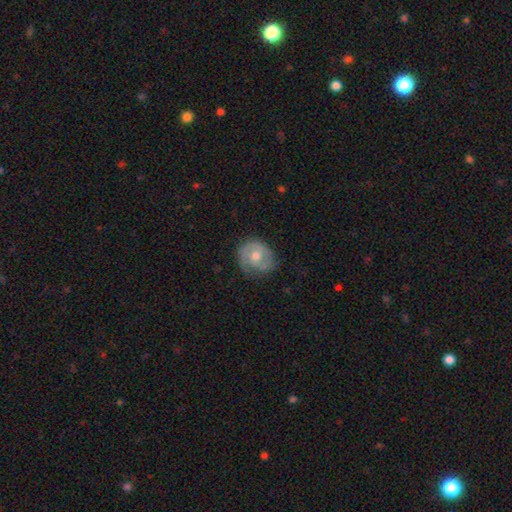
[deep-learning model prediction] A featured or disk galaxy (58%) with no bar (69%), spiral arms (79%) and a moderate central bulge (70%).

Vote fractions:
- Smooth or featured? featured or disk: 58% / smooth: 35% / star or artifact: 7%
- Edge-on disk? no: 97% / yes: 3%
- Bar? no: 69% / weak: 27% / strong: 5%
- Spiral arms? yes: 79% / no: 21%
- Bulge size? moderate: 70% / small: 23% / large: 5% / none: 2% / dominant: 1%
- Merging? none: 67% / minor disturbance: 24% / major disturbance: 8% / merger: 1%